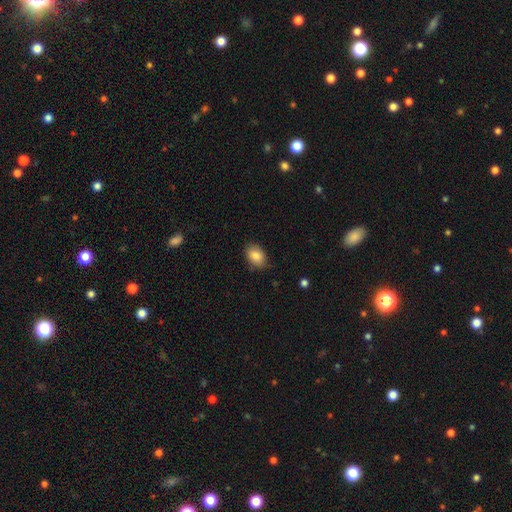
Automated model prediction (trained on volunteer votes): The model was most divided on "merging": none: 79%, minor disturbance: 16%, major disturbance: 3%, merger: 1%. More confident: smooth or featured — smooth (85%); how rounded — in between (81%).